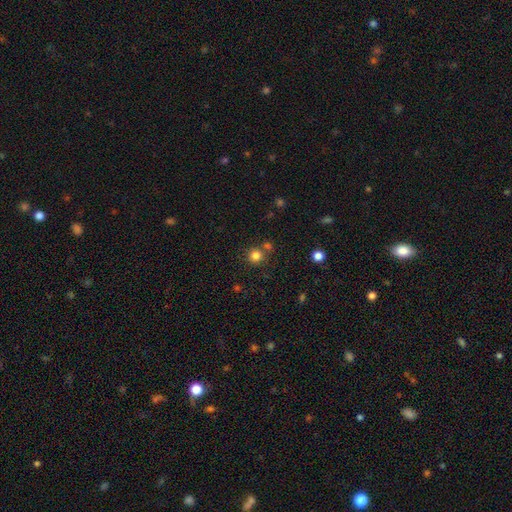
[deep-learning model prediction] Morphology: type=smooth (81%); roundness=round (92%); merging=none (73%).